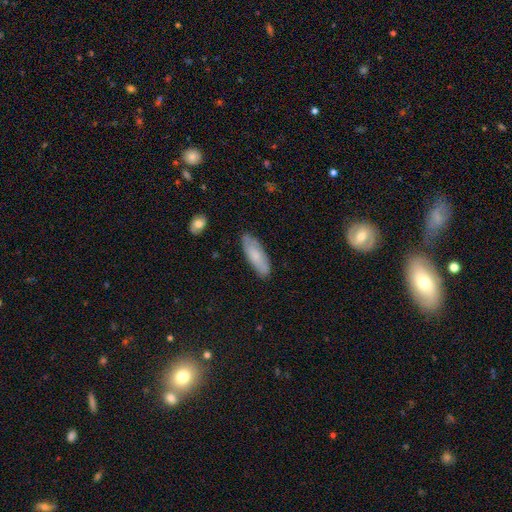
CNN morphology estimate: smooth_or_featured: smooth (p=0.70) [alt: featured or disk p=0.23]
how_rounded: in between (p=0.60) [alt: cigar-shaped p=0.38]
merging: none (p=0.80) [alt: minor disturbance p=0.16]